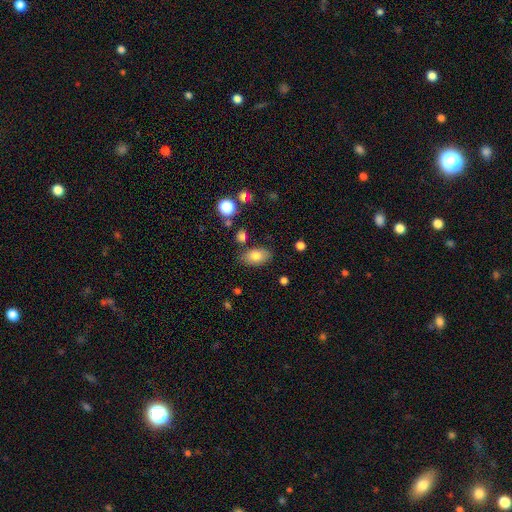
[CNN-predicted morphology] Q: Smooth or featured?
A: smooth (80%); runner-up: featured or disk (12%)
Q: How rounded?
A: in between (91%); runner-up: round (7%)
Q: Merging?
A: none (80%); runner-up: minor disturbance (13%)